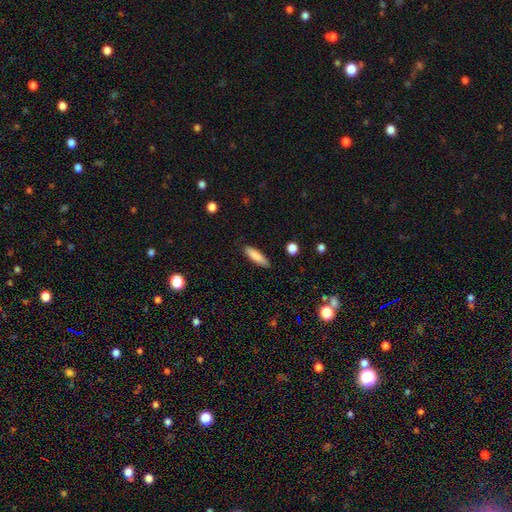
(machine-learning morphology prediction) Smooth or featured?
  - smooth: 85% *
  - featured or disk: 8%
  - star or artifact: 6%
How rounded?
  - cigar-shaped: 64% *
  - in between: 34%
  - round: 2%
Merging?
  - none: 87% *
  - minor disturbance: 10%
  - major disturbance: 2%
  - merger: 1%